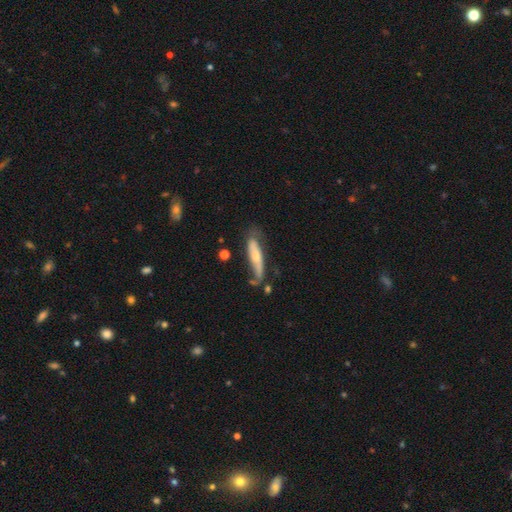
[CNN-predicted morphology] Smooth or featured? featured or disk (49%)
Merging? none (48%)